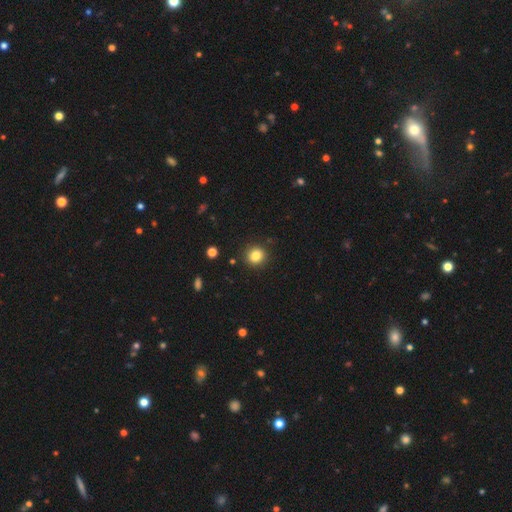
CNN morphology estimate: Smooth or featured?
  - smooth: 83% *
  - star or artifact: 11%
  - featured or disk: 6%
How rounded?
  - round: 89% *
  - in between: 10%
  - cigar-shaped: 1%
Merging?
  - none: 90% *
  - minor disturbance: 6%
  - major disturbance: 2%
  - merger: 2%